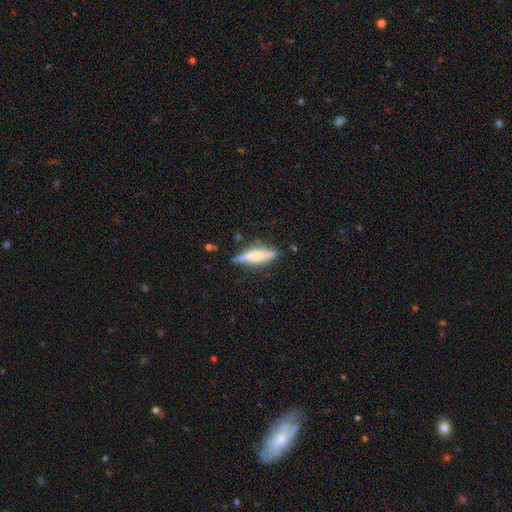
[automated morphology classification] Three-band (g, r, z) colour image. It shows a smooth galaxy with no disk features (50%) that is cigar-shaped (67%). Merging: none (69%).